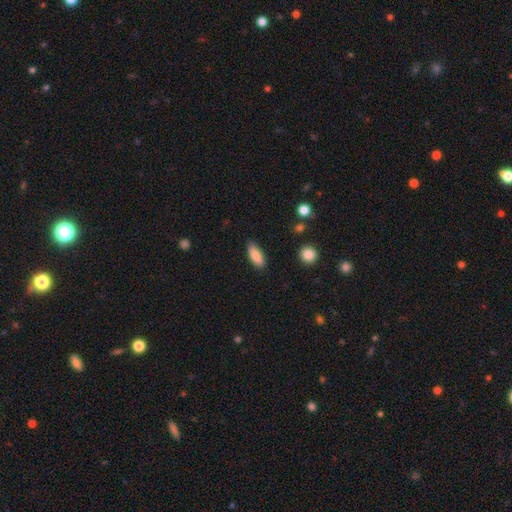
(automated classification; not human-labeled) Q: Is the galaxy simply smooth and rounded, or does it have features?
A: smooth — 84%.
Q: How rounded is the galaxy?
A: in between — 73%.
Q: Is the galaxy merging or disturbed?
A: none — 84%.